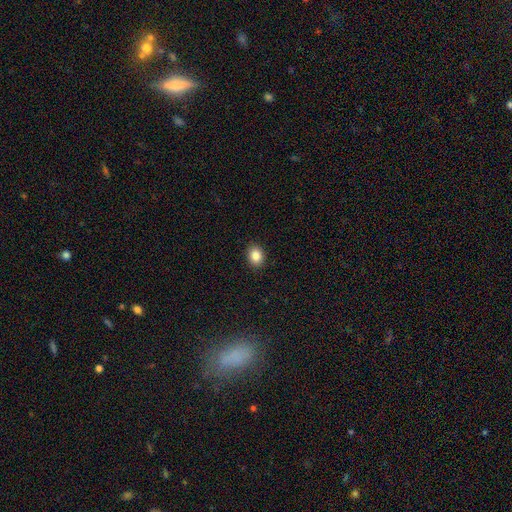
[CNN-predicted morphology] A smooth galaxy with no disk features (85%) that is in between round and cigar-shaped (56%).

Vote fractions:
- Smooth or featured? smooth: 85% / star or artifact: 9% / featured or disk: 6%
- How rounded? in between: 56% / round: 43% / cigar-shaped: 1%
- Merging? none: 90% / minor disturbance: 7% / major disturbance: 2% / merger: 1%